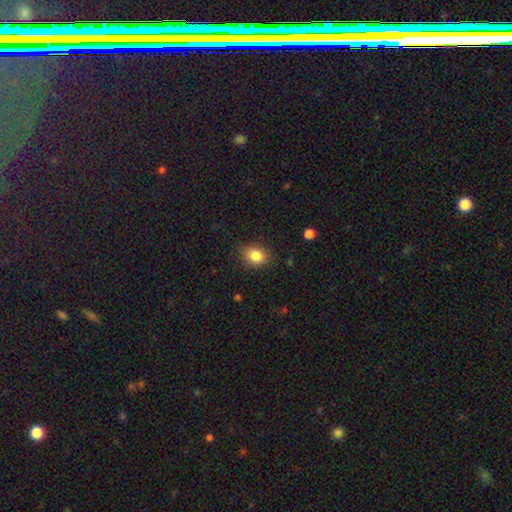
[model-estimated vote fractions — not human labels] The model was most divided on "how rounded": in between: 52%, round: 47%, cigar-shaped: 1%. More confident: smooth or featured — smooth (85%); merging — none (81%).